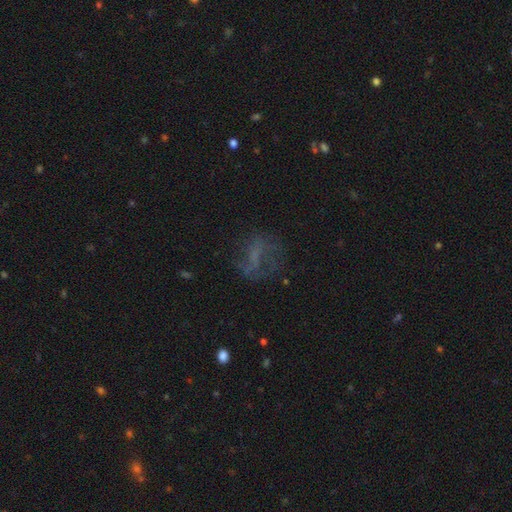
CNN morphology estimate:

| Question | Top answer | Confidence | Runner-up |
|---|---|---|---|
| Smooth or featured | featured or disk | 44% | smooth (32%) |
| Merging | none | 53% | major disturbance (26%) |